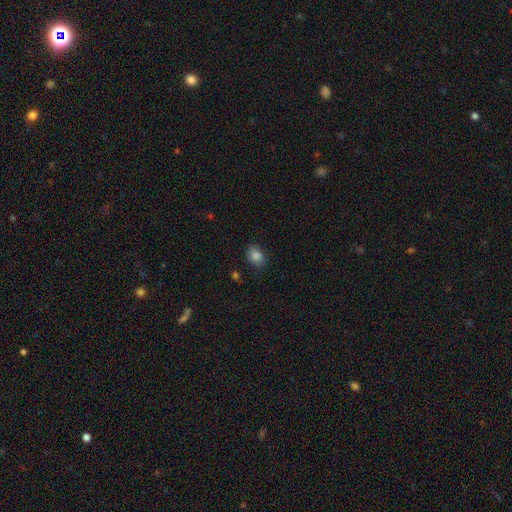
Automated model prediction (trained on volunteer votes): Morphology: type=smooth (84%); roundness=in between (60%); merging=none (76%).